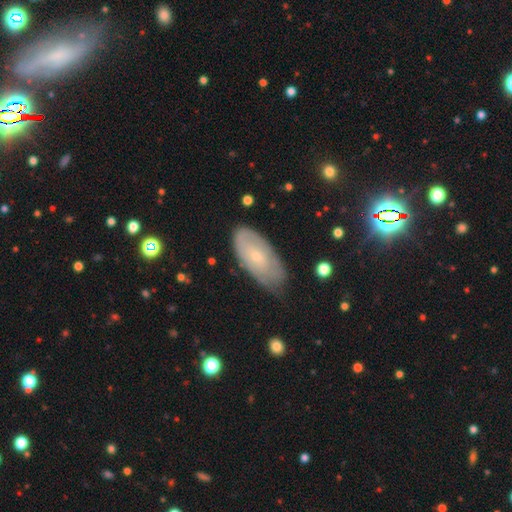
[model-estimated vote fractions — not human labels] Smooth or featured? Predicted: smooth (p=0.47). Merging? Predicted: none (p=0.67).